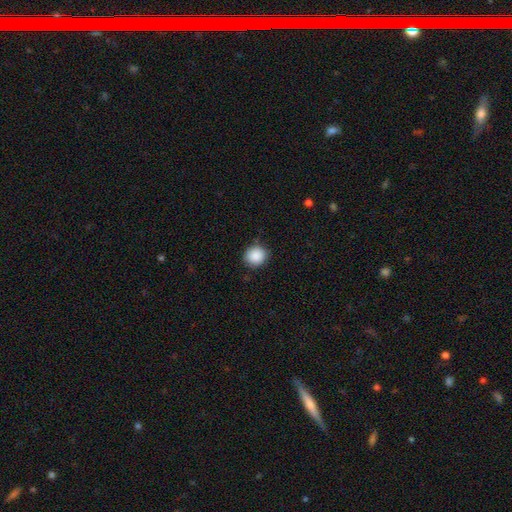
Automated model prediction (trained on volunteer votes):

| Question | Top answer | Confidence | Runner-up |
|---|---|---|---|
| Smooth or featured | smooth | 89% | star or artifact (8%) |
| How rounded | round | 87% | in between (12%) |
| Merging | none | 86% | minor disturbance (10%) |